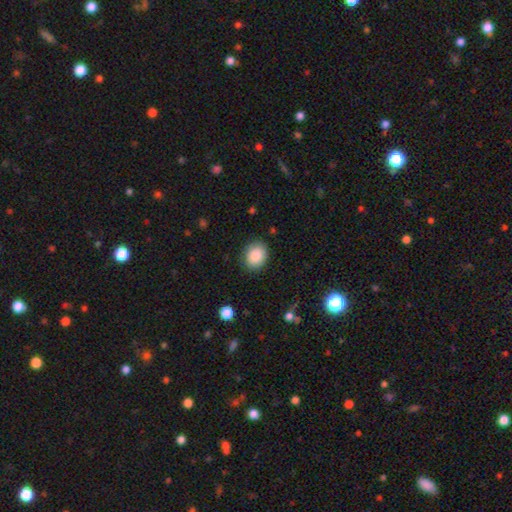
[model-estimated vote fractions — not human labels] This is clearly a smooth galaxy (88%). How rounded: possibly in between (54%). Merging: clearly none (85%).